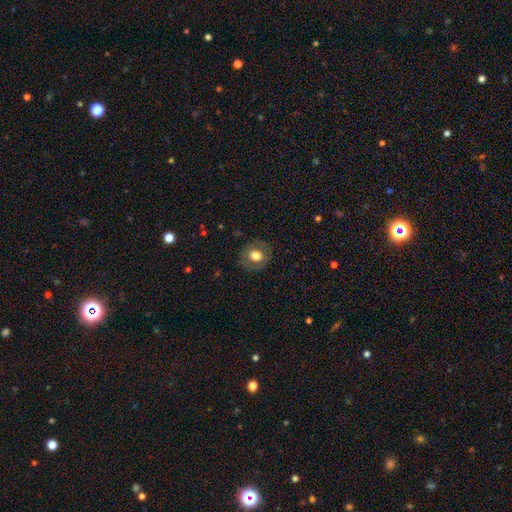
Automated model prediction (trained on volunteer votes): Morphology: type=smooth (65%); roundness=round (74%); merging=none (83%).